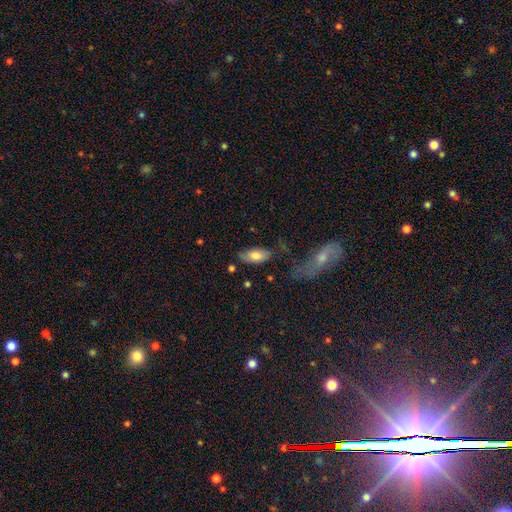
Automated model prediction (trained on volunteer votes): Smooth or featured: smooth — 76% (featured or disk — 18%)
How rounded: in between — 89% (cigar-shaped — 9%)
Merging: none — 68% (minor disturbance — 20%)